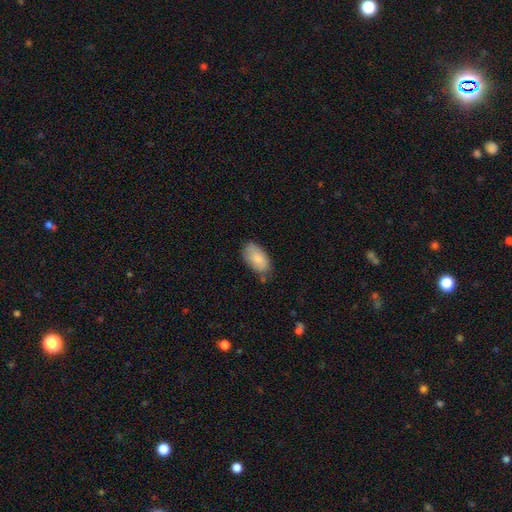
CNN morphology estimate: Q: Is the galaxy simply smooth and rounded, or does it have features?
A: smooth — 84%.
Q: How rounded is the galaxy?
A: in between — 94%.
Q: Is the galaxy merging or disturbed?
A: none — 69%.